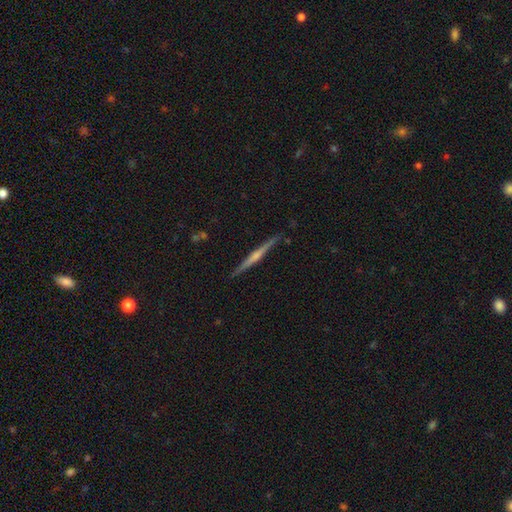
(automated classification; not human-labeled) smooth_or_featured: featured or disk (p=0.77) [alt: smooth p=0.18]
disk_edge_on: yes (p=0.98) [alt: no p=0.02]
edge_on_bulge: rounded (p=0.69) [alt: none p=0.20]
merging: none (p=0.90) [alt: minor disturbance p=0.07]